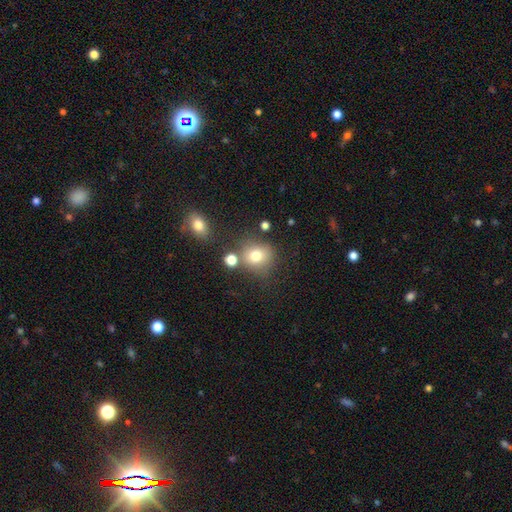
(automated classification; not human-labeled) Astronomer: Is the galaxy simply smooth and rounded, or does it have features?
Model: smooth — 75%.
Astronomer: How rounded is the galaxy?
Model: round — 81%.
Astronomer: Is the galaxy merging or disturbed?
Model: none — 69%.